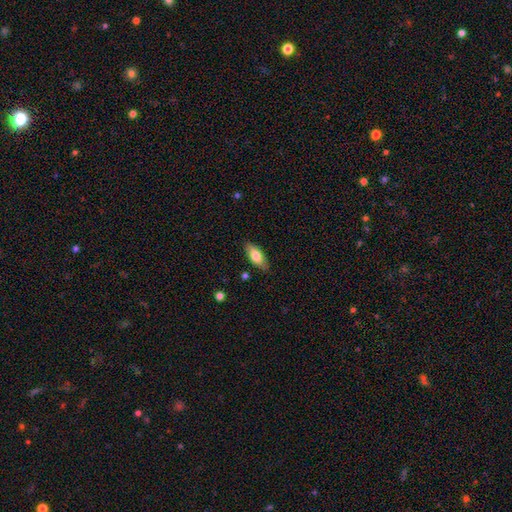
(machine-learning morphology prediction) This appears to be a smooth galaxy with no disk features (76%) that is in between round and cigar-shaped (82%). Merging: none (84%).